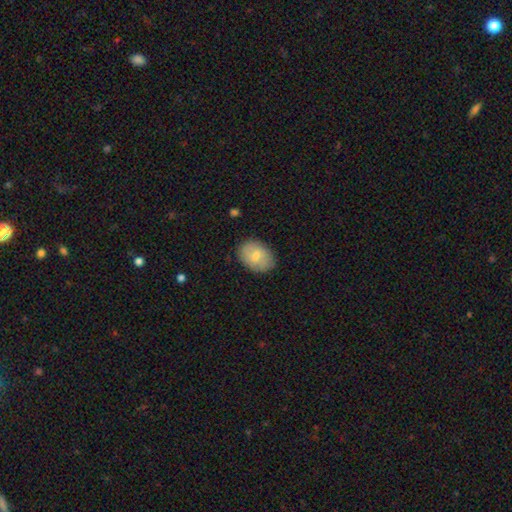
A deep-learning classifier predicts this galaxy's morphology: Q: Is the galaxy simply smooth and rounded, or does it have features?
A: smooth — 70%.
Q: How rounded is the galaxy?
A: in between — 79%.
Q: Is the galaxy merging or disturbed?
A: none — 83%.